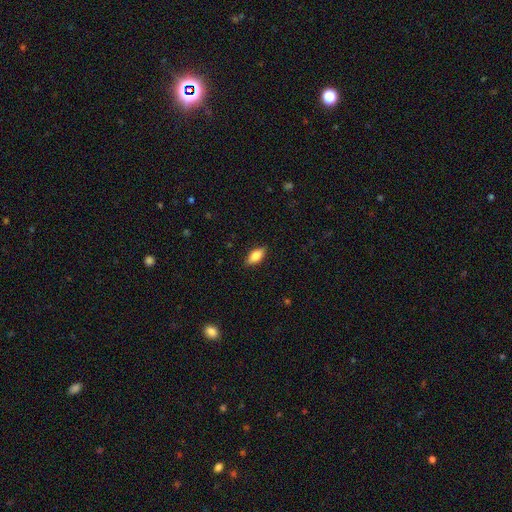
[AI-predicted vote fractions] Q: Smooth or featured?
A: smooth (81%); runner-up: featured or disk (12%)
Q: How rounded?
A: in between (87%); runner-up: cigar-shaped (10%)
Q: Merging?
A: none (87%); runner-up: minor disturbance (10%)